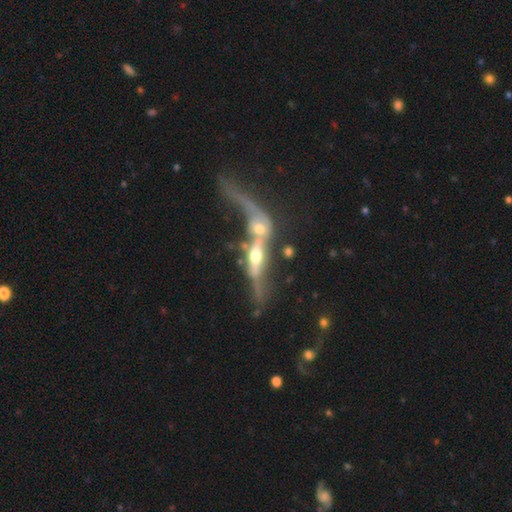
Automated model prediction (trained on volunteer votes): Morphology: type=featured or disk (69%); edge-on=yes (69%); merging=merger (68%).